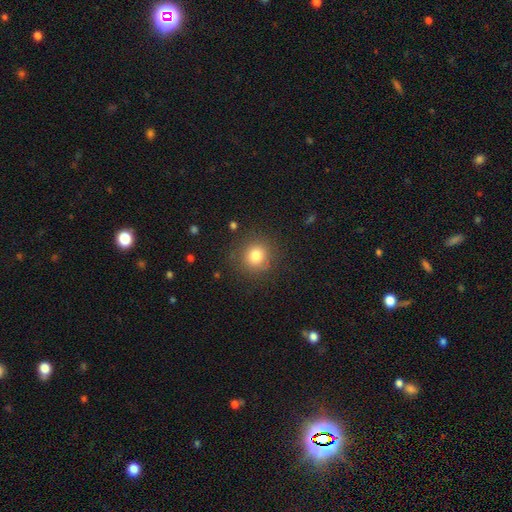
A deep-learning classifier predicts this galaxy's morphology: smooth-or-featured: smooth: 81% | star or artifact: 12% | featured or disk: 7%
  how-rounded: round: 88% | in between: 11% | cigar-shaped: 1%
  merging: none: 86% | minor disturbance: 9% | major disturbance: 4% | merger: 1%